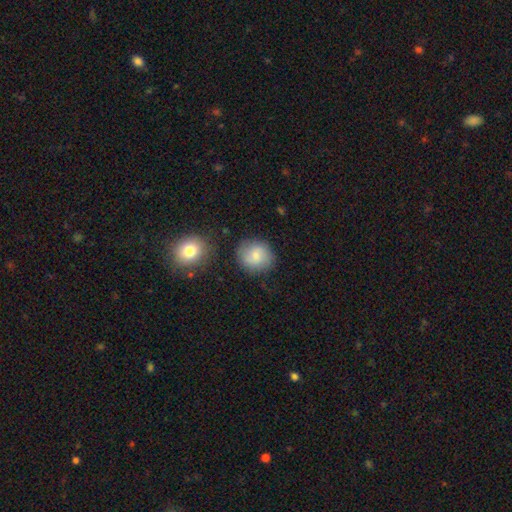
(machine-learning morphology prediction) Q: Smooth or featured?
A: smooth (70%); runner-up: featured or disk (22%)
Q: How rounded?
A: round (86%); runner-up: in between (13%)
Q: Merging?
A: none (79%); runner-up: minor disturbance (13%)